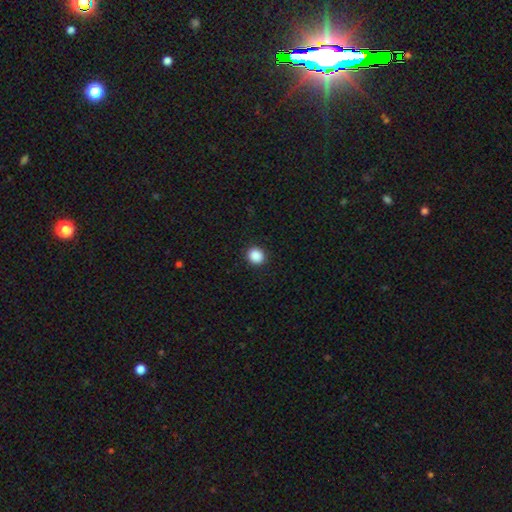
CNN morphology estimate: smooth-or-featured: smooth: 89% | star or artifact: 9% | featured or disk: 2%
  how-rounded: round: 88% | in between: 11% | cigar-shaped: 1%
  merging: none: 92% | minor disturbance: 5% | major disturbance: 2% | merger: 1%